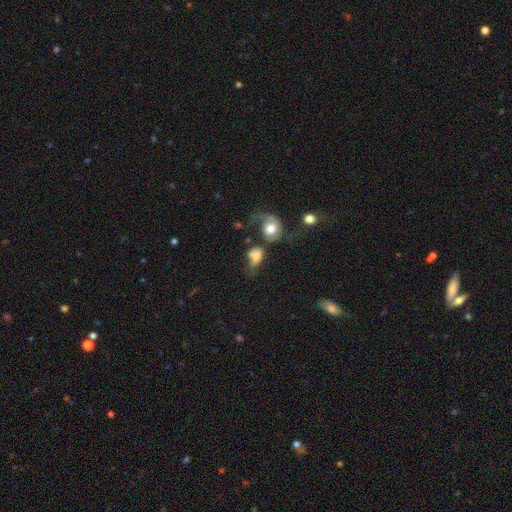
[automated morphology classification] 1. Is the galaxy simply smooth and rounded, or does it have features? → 63% smooth, 27% featured or disk, 10% star or artifact.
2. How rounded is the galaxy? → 64% in between, 33% round, 3% cigar-shaped.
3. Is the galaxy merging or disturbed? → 33% merger, 30% major disturbance, 21% none, 17% minor disturbance.